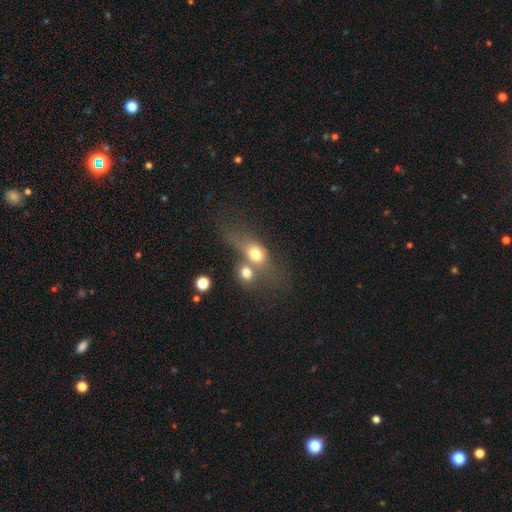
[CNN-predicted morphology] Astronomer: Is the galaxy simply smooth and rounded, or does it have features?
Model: smooth — 69%.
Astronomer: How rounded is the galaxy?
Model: in between — 52% (runner-up: round, 41%).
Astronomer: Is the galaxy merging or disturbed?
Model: merger — 57%.